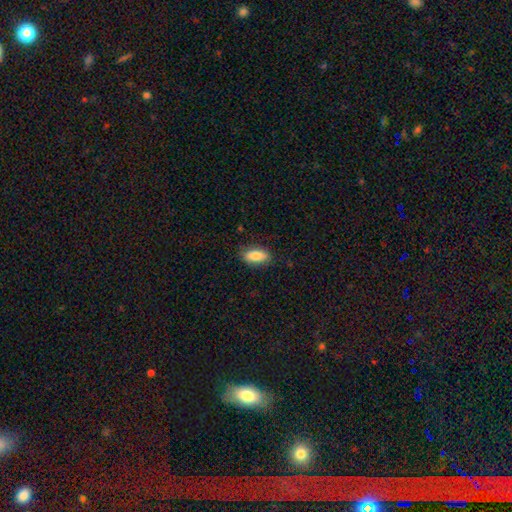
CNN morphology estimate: Smooth or featured: smooth — 81% (featured or disk — 13%)
How rounded: in between — 83% (cigar-shaped — 14%)
Merging: none — 83% (minor disturbance — 13%)